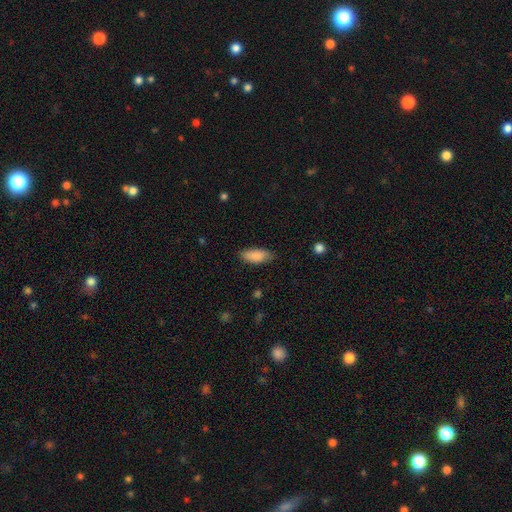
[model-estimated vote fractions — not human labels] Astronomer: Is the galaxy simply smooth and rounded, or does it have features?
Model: smooth — 88%.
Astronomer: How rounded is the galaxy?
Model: in between — 81%.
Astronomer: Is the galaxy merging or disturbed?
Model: none — 81%.